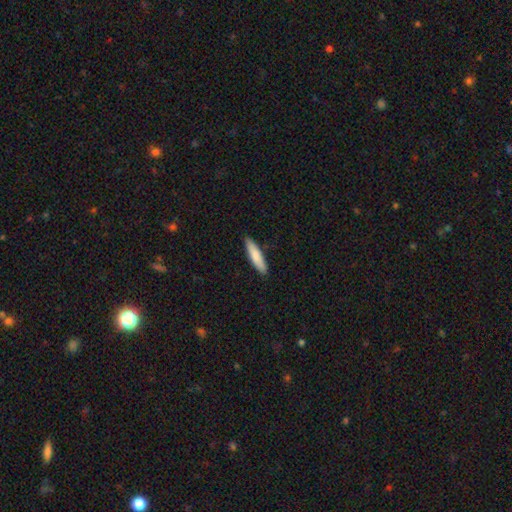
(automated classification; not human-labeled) Smooth or featured?
  - smooth: 81% *
  - featured or disk: 14%
  - star or artifact: 5%
How rounded?
  - cigar-shaped: 80% *
  - in between: 19%
  - round: 1%
Merging?
  - none: 89% *
  - minor disturbance: 8%
  - major disturbance: 2%
  - merger: 1%